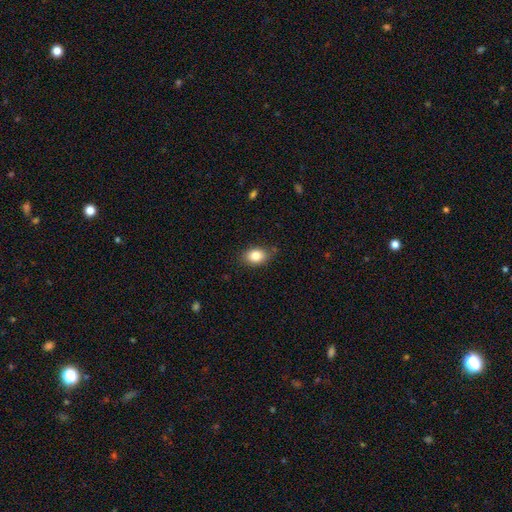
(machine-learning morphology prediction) smooth-or-featured: smooth: 84% | star or artifact: 8% | featured or disk: 8%
  how-rounded: in between: 77% | round: 22% | cigar-shaped: 1%
  merging: none: 81% | minor disturbance: 15% | major disturbance: 3% | merger: 2%